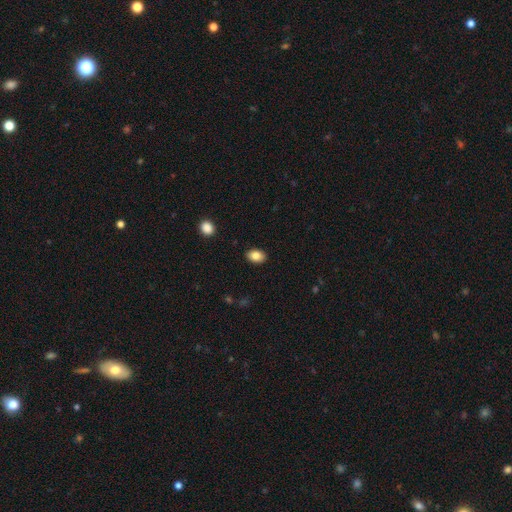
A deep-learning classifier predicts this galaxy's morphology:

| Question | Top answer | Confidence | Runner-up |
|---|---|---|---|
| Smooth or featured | smooth | 85% | star or artifact (8%) |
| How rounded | in between | 84% | round (15%) |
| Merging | none | 89% | minor disturbance (8%) |